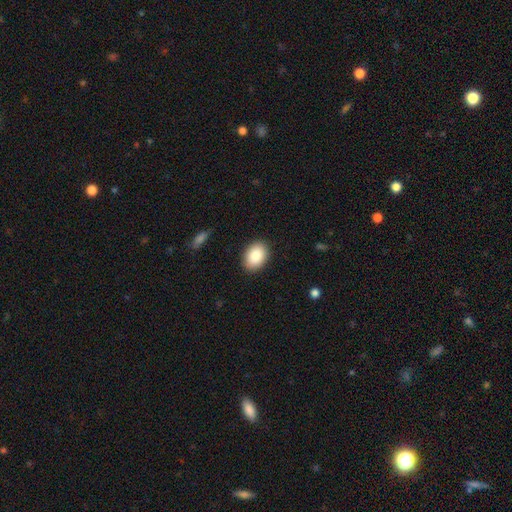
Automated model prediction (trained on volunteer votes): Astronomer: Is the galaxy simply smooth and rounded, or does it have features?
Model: smooth — 86%.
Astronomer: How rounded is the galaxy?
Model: in between — 80%.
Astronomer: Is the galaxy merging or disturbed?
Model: none — 89%.